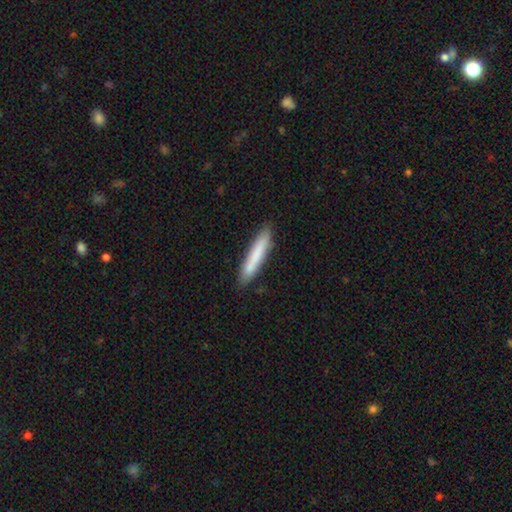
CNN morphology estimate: type=smooth (77%); roundness=cigar-shaped (93%); merging=none (85%).